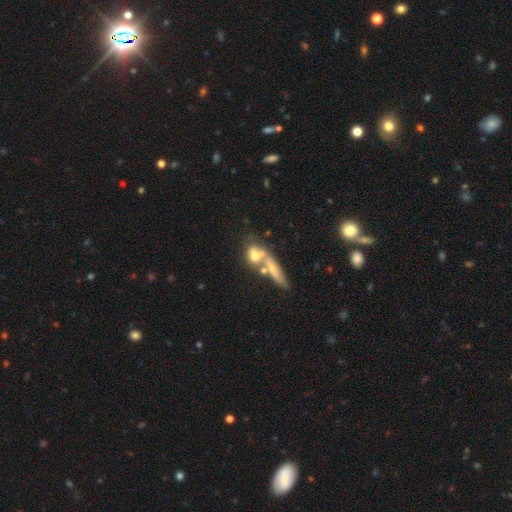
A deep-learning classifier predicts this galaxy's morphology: Smooth or featured? smooth (49%)
Merging? merger (51%)